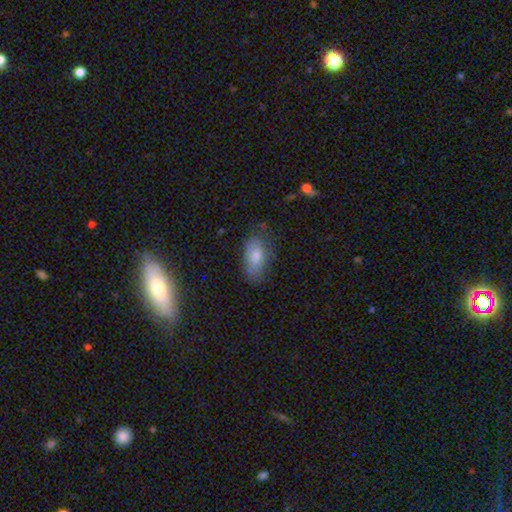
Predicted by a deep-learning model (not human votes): Smooth or featured? Predicted: smooth (p=0.70). How rounded? Predicted: in between (p=0.89). Merging? Predicted: none (p=0.67).